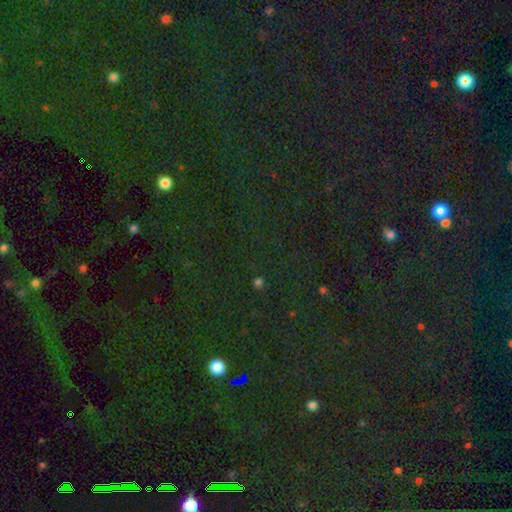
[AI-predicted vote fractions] Q: Smooth or featured?
A: star or artifact (79%); runner-up: smooth (14%)